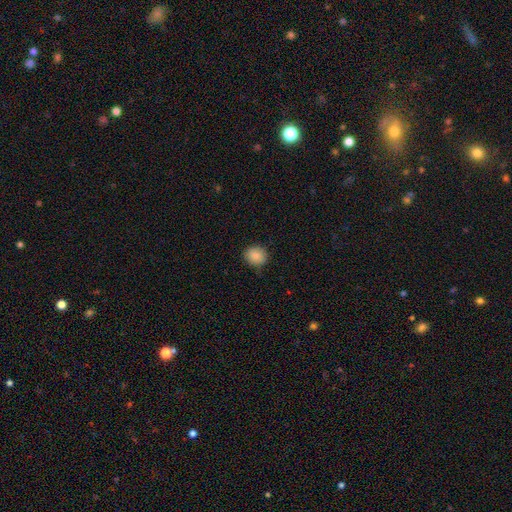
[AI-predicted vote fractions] A smooth galaxy with no disk features (85%) that is round (78%). Merging: none (84%).